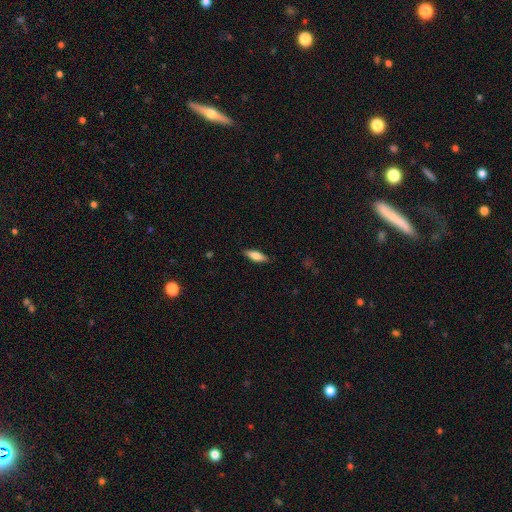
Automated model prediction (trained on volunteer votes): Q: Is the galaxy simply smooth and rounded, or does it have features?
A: smooth — 73%.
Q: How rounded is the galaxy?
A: in between — 57%.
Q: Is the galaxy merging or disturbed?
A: none — 86%.